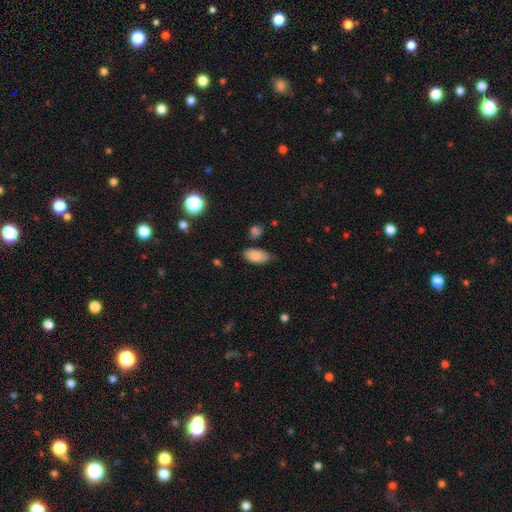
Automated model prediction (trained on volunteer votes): A smooth galaxy with no disk features (85%) that is in between round and cigar-shaped (94%). Merging: none (63%).